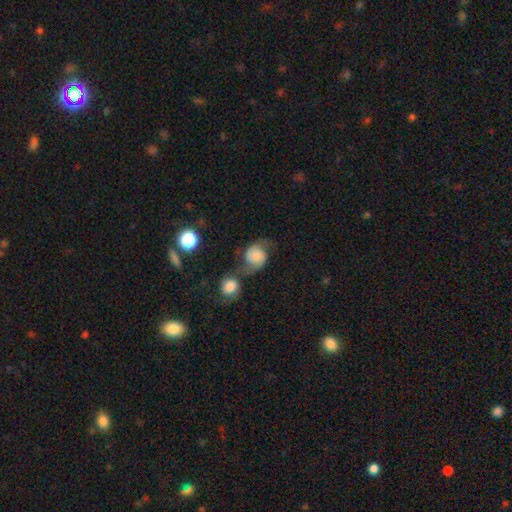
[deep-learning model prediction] smooth_or_featured: smooth (p=0.47) [alt: featured or disk p=0.44]
merging: none (p=0.39) [alt: merger p=0.29]